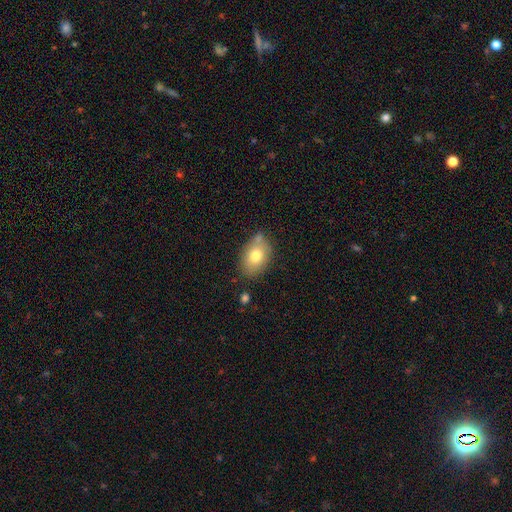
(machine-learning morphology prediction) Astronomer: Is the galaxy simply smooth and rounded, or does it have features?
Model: smooth — 74%.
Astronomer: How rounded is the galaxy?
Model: in between — 82%.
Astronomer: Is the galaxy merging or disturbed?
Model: none — 68%.